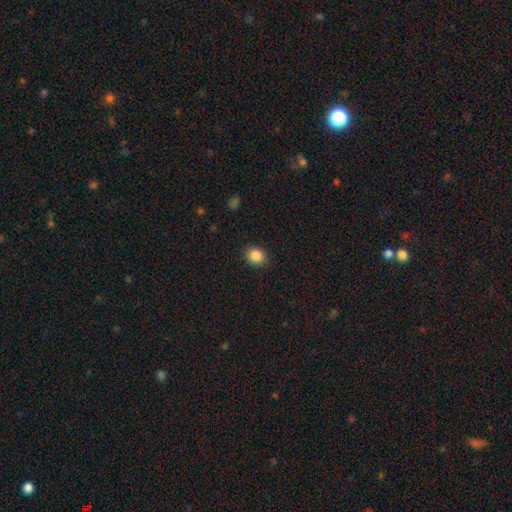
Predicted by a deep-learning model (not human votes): Smooth or featured? smooth (86%)
How rounded? round (65%)
Merging? none (89%)